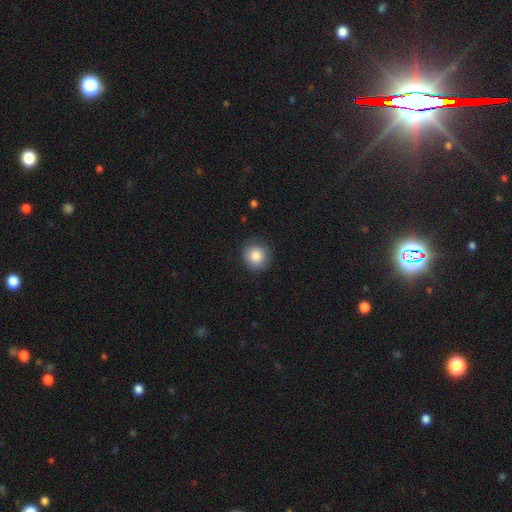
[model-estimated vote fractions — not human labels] Q: Smooth or featured?
A: smooth (84%); runner-up: star or artifact (9%)
Q: How rounded?
A: round (91%); runner-up: in between (8%)
Q: Merging?
A: none (86%); runner-up: minor disturbance (10%)